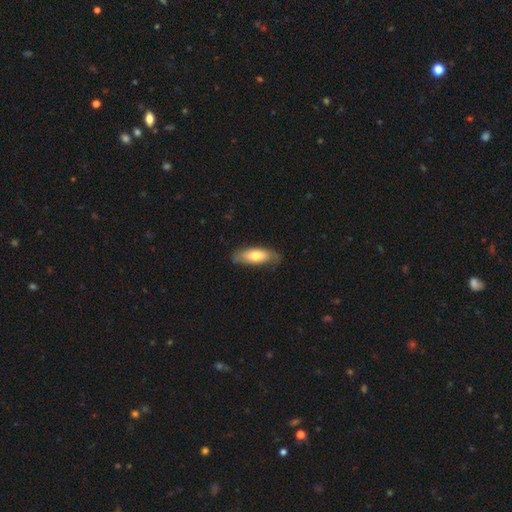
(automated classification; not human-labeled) The model was most divided on "how rounded": in between: 69%, cigar-shaped: 29%, round: 2%. More confident: merging — none (76%); smooth or featured — smooth (69%).